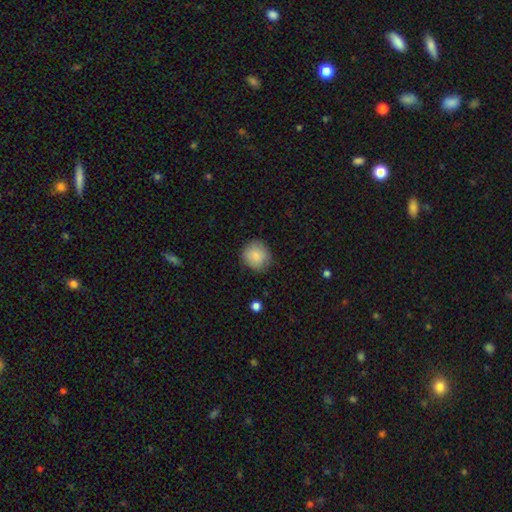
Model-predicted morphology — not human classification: smooth_or_featured: smooth (p=0.86) [alt: star or artifact p=0.07]
how_rounded: round (p=0.89) [alt: in between p=0.10]
merging: none (p=0.82) [alt: minor disturbance p=0.14]